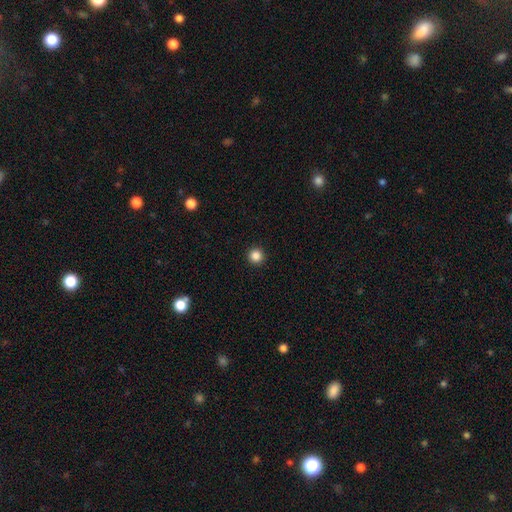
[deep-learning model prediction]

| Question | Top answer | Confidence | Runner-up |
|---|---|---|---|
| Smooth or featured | smooth | 86% | star or artifact (11%) |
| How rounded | round | 96% | in between (3%) |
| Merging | none | 94% | minor disturbance (4%) |